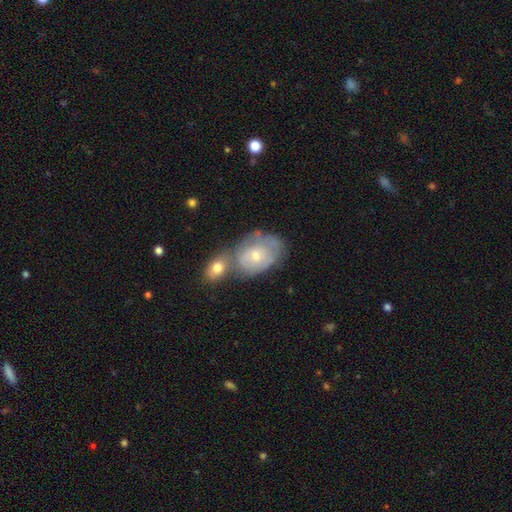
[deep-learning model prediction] This is possibly a featured or disk galaxy (54%). It is clearly not viewed edge-on (95%). Bar: clearly no (84%). Spiral arm pattern: possibly yes (54%). Central bulge: possibly small (54%). Merging: marginally merger (38%).